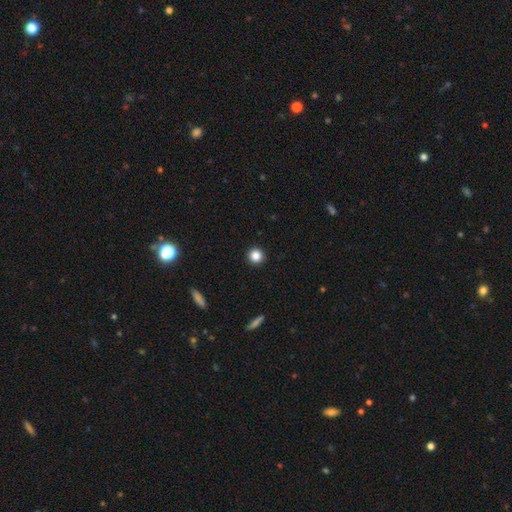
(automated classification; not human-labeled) A smooth galaxy with no disk features (84%) that is round (95%).

Vote fractions:
- Smooth or featured? smooth: 84% / star or artifact: 11% / featured or disk: 4%
- How rounded? round: 95% / in between: 4% / cigar-shaped: 1%
- Merging? none: 93% / minor disturbance: 4% / major disturbance: 2% / merger: 1%